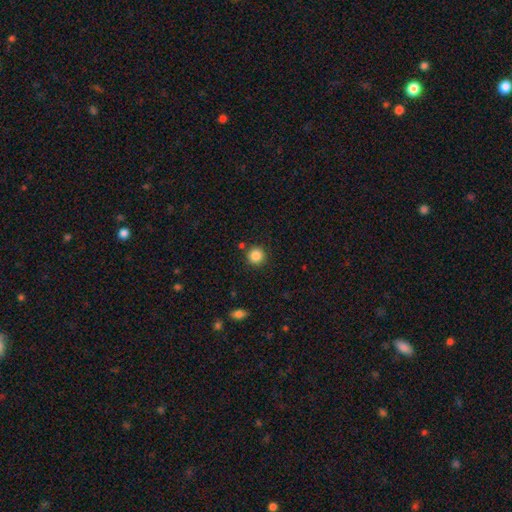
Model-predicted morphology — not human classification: A smooth galaxy with no disk features (86%) that is round (94%).

Vote fractions:
- Smooth or featured? smooth: 86% / star or artifact: 10% / featured or disk: 4%
- How rounded? round: 94% / in between: 5% / cigar-shaped: 1%
- Merging? none: 87% / minor disturbance: 7% / merger: 4% / major disturbance: 2%